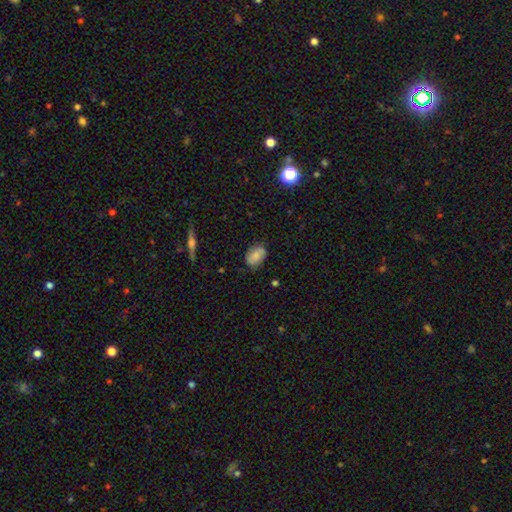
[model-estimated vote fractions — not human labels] Smooth or featured? smooth (76%)
How rounded? in between (84%)
Merging? none (76%)